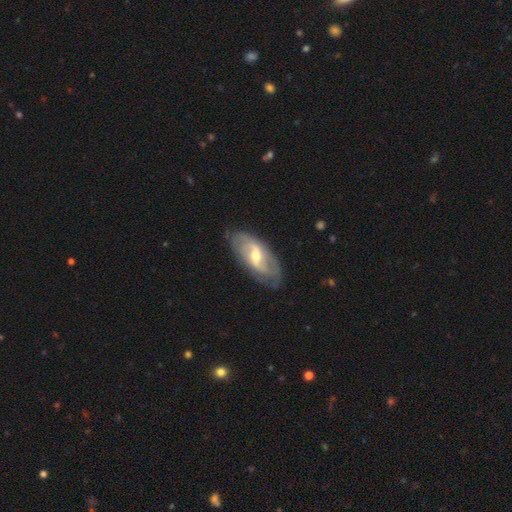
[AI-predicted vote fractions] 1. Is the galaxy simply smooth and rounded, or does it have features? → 75% featured or disk, 20% smooth, 5% star or artifact.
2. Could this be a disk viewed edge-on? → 91% no, 9% yes.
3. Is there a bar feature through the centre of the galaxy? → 50% weak, 29% strong, 21% no.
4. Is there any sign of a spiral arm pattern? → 83% yes, 17% no.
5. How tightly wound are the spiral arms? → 40% medium, 33% loose, 28% tight.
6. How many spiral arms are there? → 69% 2, 21% can't tell, 4% 3, 3% 1, 2% 4, 2% more than 4.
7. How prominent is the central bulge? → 58% moderate, 37% small, 3% large, 1% none, 1% dominant.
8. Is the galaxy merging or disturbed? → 78% none, 16% minor disturbance, 5% major disturbance, 1% merger.